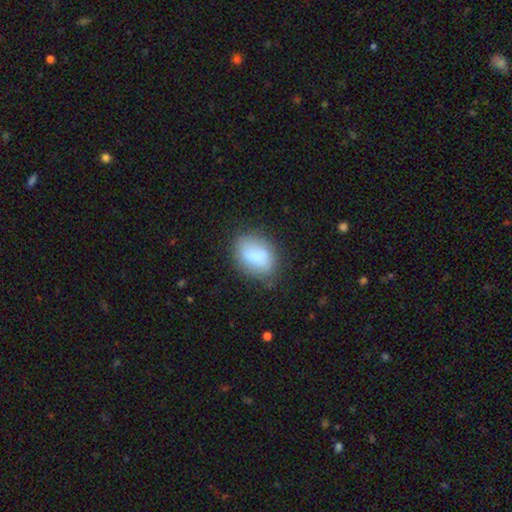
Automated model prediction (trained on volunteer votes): A smooth galaxy with no disk features (81%) that is in between round and cigar-shaped (81%). Merging: none (73%).